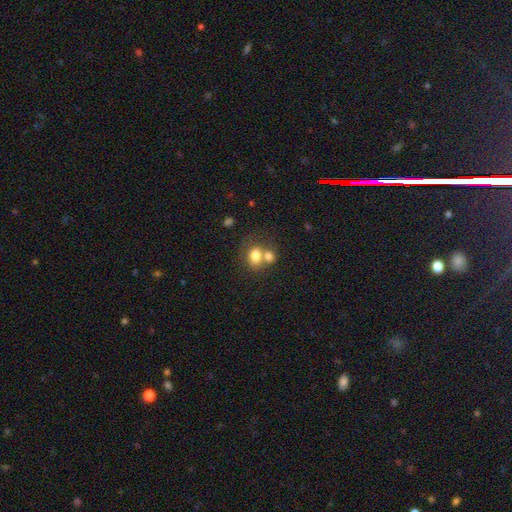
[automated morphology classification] Smooth or featured? smooth (77%)
How rounded? in between (50%)
Merging? merger (52%)